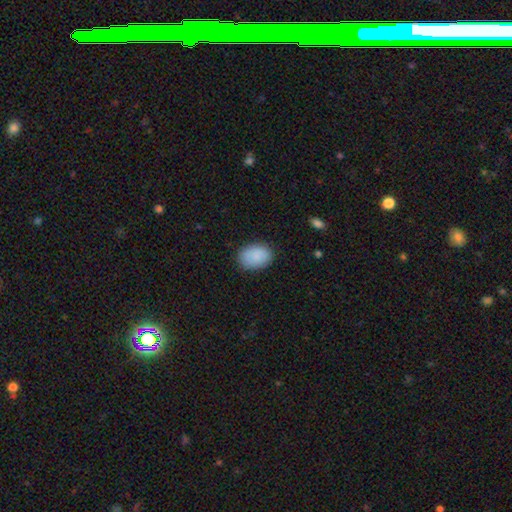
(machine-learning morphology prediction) A smooth galaxy with no disk features (88%) that is in between round and cigar-shaped (80%). Merging: none (84%).